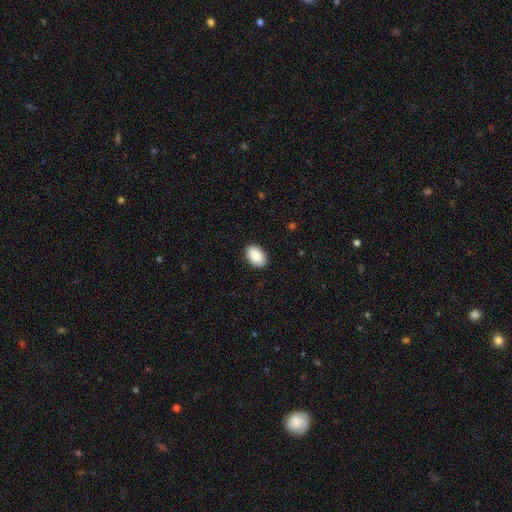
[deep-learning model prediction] Smooth or featured? Predicted: smooth (p=0.88). How rounded? Predicted: in between (p=0.91). Merging? Predicted: none (p=0.90).